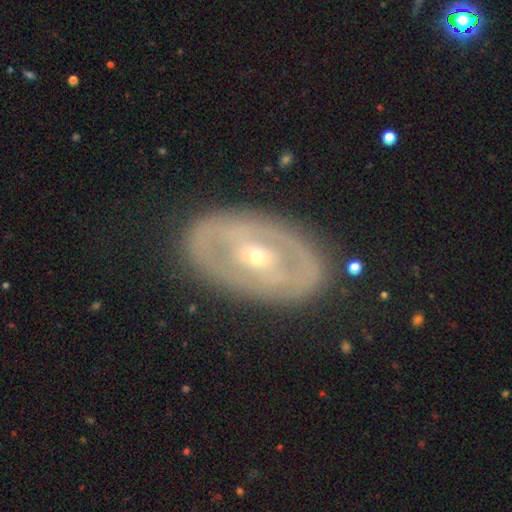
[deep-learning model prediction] Smooth or featured? Predicted: featured or disk (p=0.73). Edge-on disk? Predicted: no (p=0.92). Bar? Predicted: no (p=0.53). Spiral arms? Predicted: no (p=0.67). Bulge size? Predicted: small (p=0.68). Merging? Predicted: none (p=0.82).